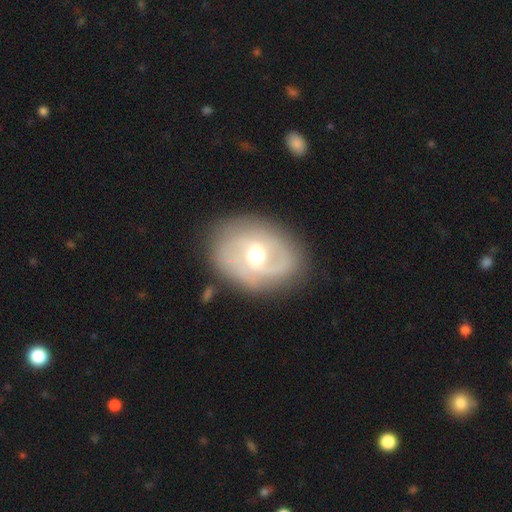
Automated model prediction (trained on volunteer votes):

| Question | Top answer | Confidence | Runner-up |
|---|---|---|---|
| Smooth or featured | featured or disk | 75% | smooth (19%) |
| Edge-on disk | no | 96% | yes (4%) |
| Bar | weak | 47% | no (40%) |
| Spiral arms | yes | 83% | no (17%) |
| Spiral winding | medium | 40% | tight (36%) |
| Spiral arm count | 2 | 62% | can't tell (18%) |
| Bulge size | moderate | 72% | small (19%) |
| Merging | none | 75% | minor disturbance (16%) |